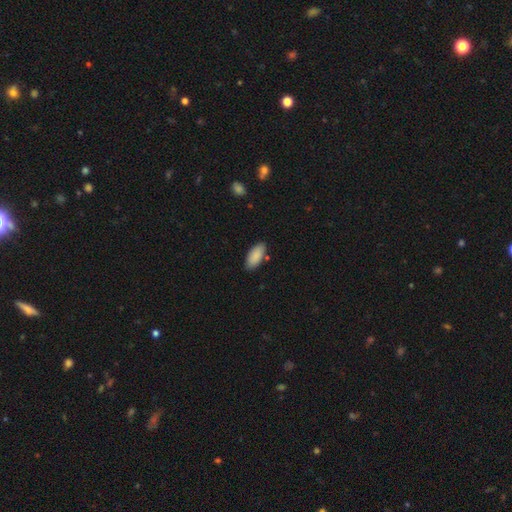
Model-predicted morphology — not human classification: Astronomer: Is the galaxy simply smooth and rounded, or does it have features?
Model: smooth — 88%.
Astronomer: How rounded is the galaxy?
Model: in between — 89%.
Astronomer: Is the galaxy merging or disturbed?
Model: none — 83%.